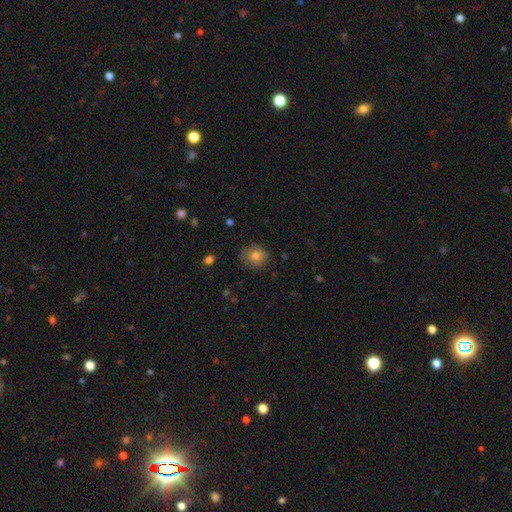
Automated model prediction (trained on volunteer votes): This is likely a smooth galaxy (79%). How rounded: likely round (79%). Merging: clearly none (82%).